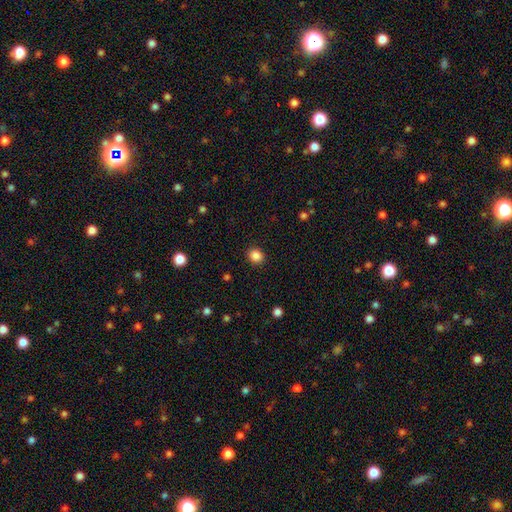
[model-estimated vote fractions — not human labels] Overall: smooth (86%). How rounded: round (75%). Merging: none (91%).